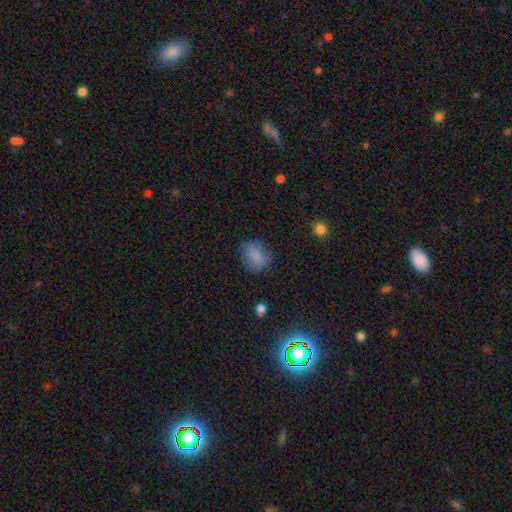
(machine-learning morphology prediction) The model was most divided on "how rounded": in between: 56%, round: 42%, cigar-shaped: 2%. More confident: smooth or featured — smooth (80%); merging — none (72%).